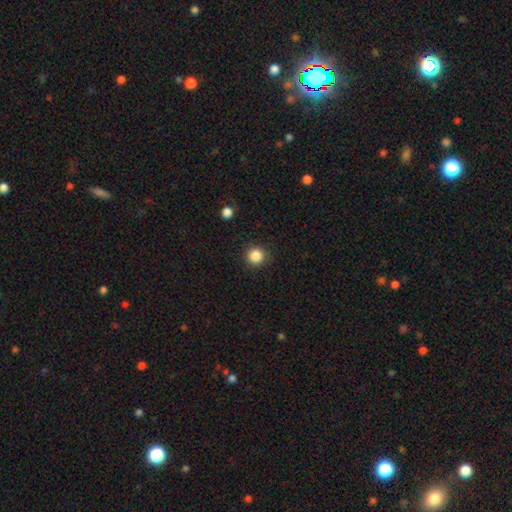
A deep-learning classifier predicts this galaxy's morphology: This is clearly a smooth galaxy (86%). How rounded: clearly round (94%). Merging: clearly none (90%).